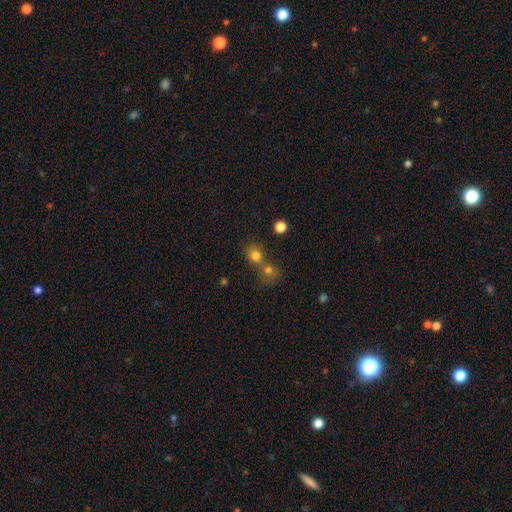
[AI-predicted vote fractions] smooth-or-featured: smooth: 77% | star or artifact: 15% | featured or disk: 8%
  how-rounded: round: 79% | in between: 20% | cigar-shaped: 1%
  merging: merger: 45% | none: 44% | minor disturbance: 7% | major disturbance: 3%